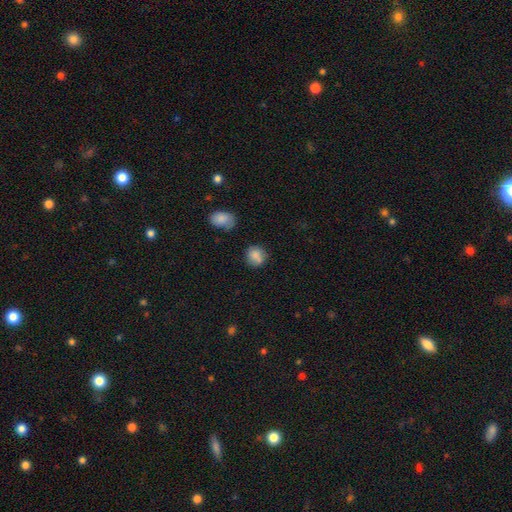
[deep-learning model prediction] Q: Smooth or featured?
A: smooth (81%); runner-up: star or artifact (10%)
Q: How rounded?
A: round (80%); runner-up: in between (19%)
Q: Merging?
A: none (63%); runner-up: minor disturbance (18%)